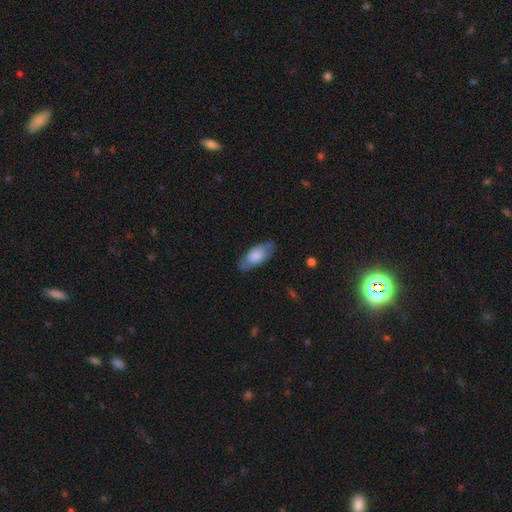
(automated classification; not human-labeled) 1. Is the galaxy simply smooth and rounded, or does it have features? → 73% smooth, 21% featured or disk, 6% star or artifact.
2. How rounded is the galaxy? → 86% in between, 12% cigar-shaped, 2% round.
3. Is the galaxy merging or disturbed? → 78% none, 17% minor disturbance, 4% major disturbance, 1% merger.